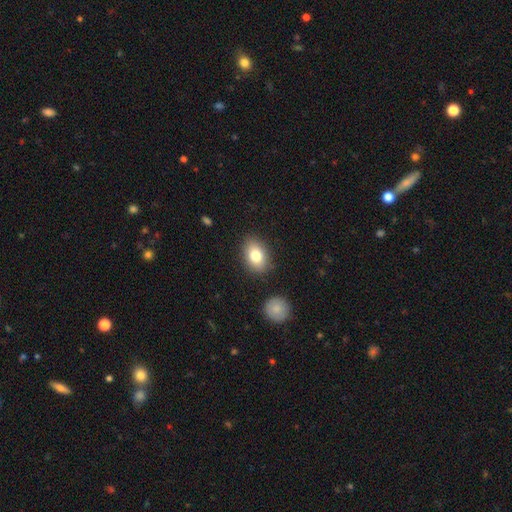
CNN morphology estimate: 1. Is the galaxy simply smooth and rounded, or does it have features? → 81% smooth, 11% featured or disk, 8% star or artifact.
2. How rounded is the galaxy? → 78% in between, 21% round, 1% cigar-shaped.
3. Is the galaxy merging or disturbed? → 83% none, 11% minor disturbance, 3% major disturbance, 3% merger.